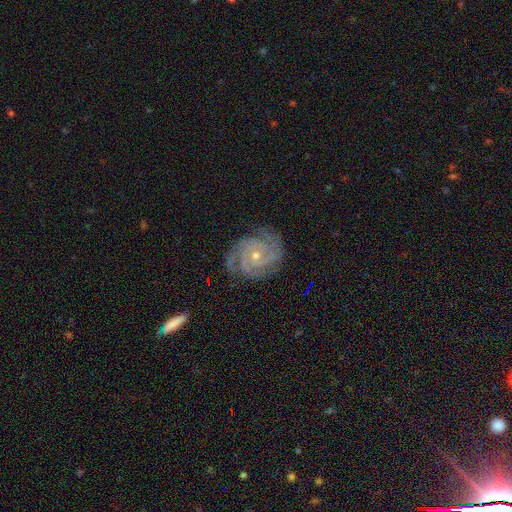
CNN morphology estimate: Smooth or featured?
  - featured or disk: 90% *
  - star or artifact: 6%
  - smooth: 5%
Edge-on disk?
  - no: 98% *
  - yes: 2%
Bar?
  - no: 71% *
  - weak: 22%
  - strong: 7%
Spiral arms?
  - yes: 98% *
  - no: 2%
Spiral winding?
  - tight: 74% *
  - medium: 23%
  - loose: 3%
Spiral arm count?
  - 3: 38% *
  - 4: 21%
  - 2: 16%
  - can't tell: 12%
  - more than 4: 7%
  - 1: 6%
Bulge size?
  - small: 64% *
  - moderate: 33%
  - none: 1%
  - large: 1%
  - dominant: 1%
Merging?
  - none: 79% *
  - minor disturbance: 15%
  - major disturbance: 4%
  - merger: 1%